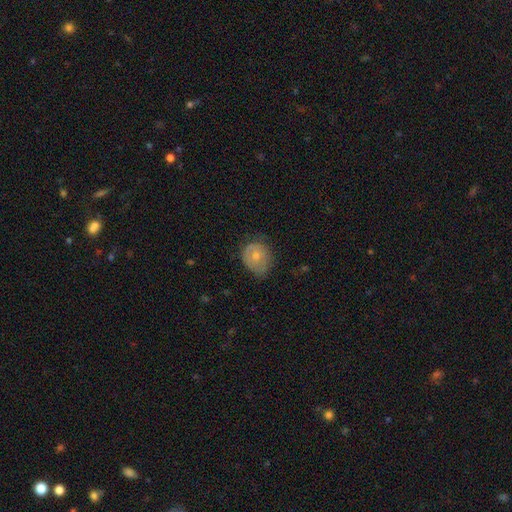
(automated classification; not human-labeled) Q: Smooth or featured?
A: smooth (62%); runner-up: featured or disk (31%)
Q: How rounded?
A: round (66%); runner-up: in between (33%)
Q: Merging?
A: none (52%); runner-up: minor disturbance (34%)